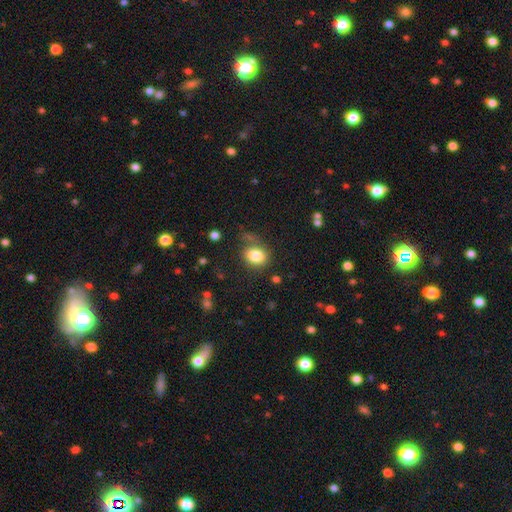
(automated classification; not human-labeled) Smooth or featured: smooth — 82% (star or artifact — 9%)
How rounded: in between — 51% (round — 48%)
Merging: none — 66% (minor disturbance — 20%)